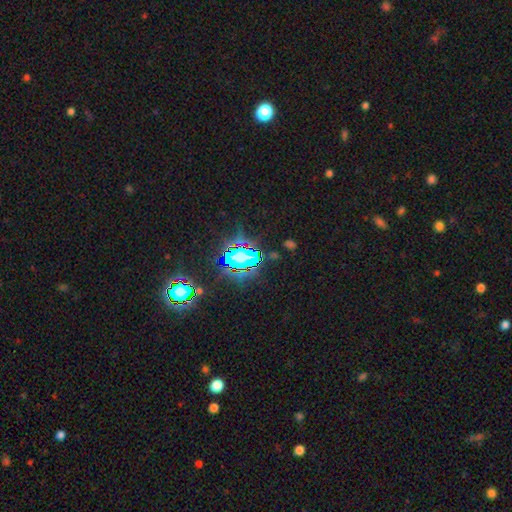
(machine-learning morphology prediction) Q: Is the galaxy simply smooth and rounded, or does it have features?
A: star or artifact — 79%.